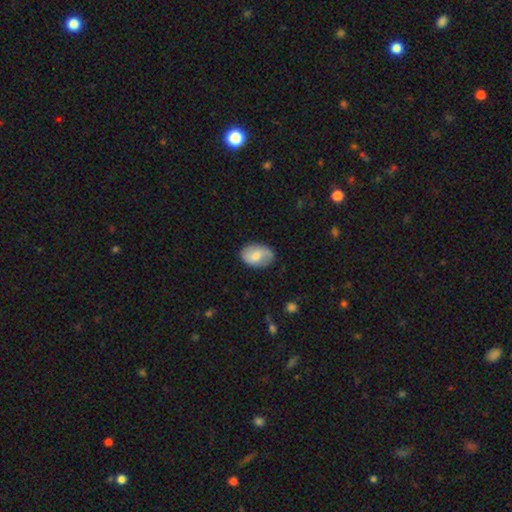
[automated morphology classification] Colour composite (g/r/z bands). It shows a smooth galaxy with no disk features (63%) that is in between round and cigar-shaped (84%). Merging: none (76%).